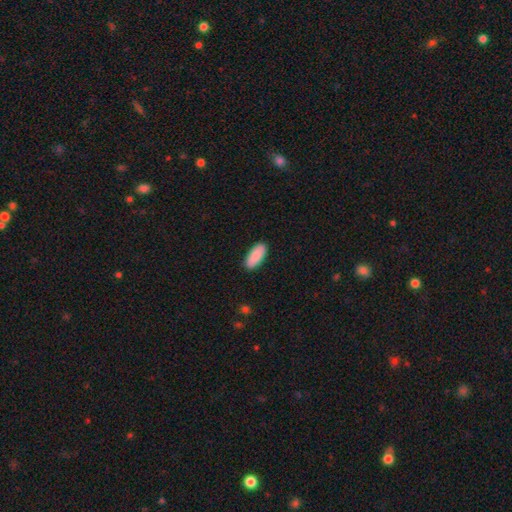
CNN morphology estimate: This is clearly a smooth galaxy (90%). How rounded: clearly in between (85%). Merging: clearly none (89%).